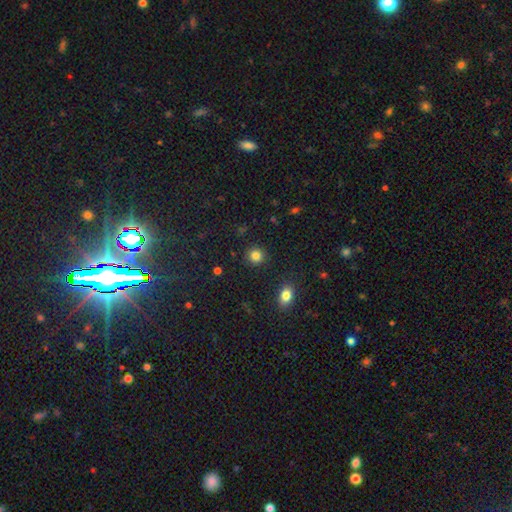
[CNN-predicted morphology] Smooth or featured?
  - smooth: 84% *
  - star or artifact: 12%
  - featured or disk: 5%
How rounded?
  - round: 90% *
  - in between: 9%
  - cigar-shaped: 1%
Merging?
  - none: 90% *
  - minor disturbance: 6%
  - major disturbance: 2%
  - merger: 2%